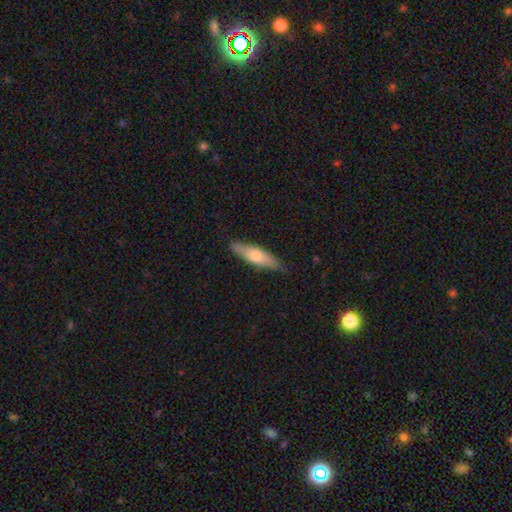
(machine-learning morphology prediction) smooth-or-featured: smooth: 58% | featured or disk: 36% | star or artifact: 6%
  how-rounded: cigar-shaped: 67% | in between: 31% | round: 2%
  merging: none: 85% | minor disturbance: 12% | major disturbance: 2% | merger: 1%